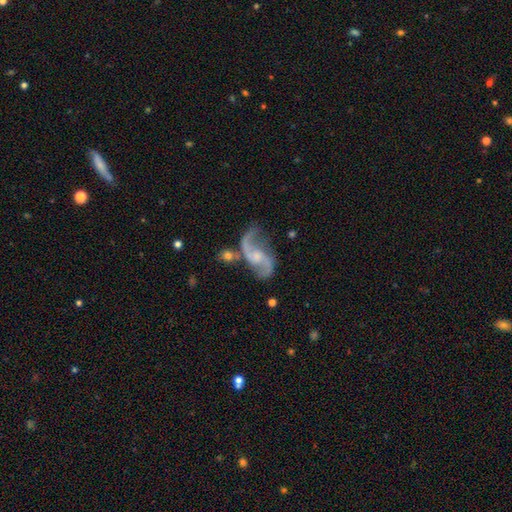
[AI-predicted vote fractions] Morphology: type=featured or disk (90%); edge-on=no (97%); bar=no (50%); spiral arms=yes (97%); winding=loose (69%); arm count=2 (93%); bulge=small (49%); merging=none (63%).